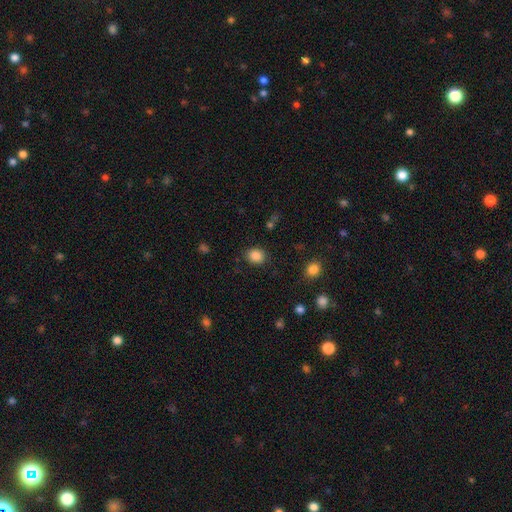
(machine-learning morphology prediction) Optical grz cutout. It shows a smooth galaxy with no disk features (86%) that is round (57%). Merging: none (85%).